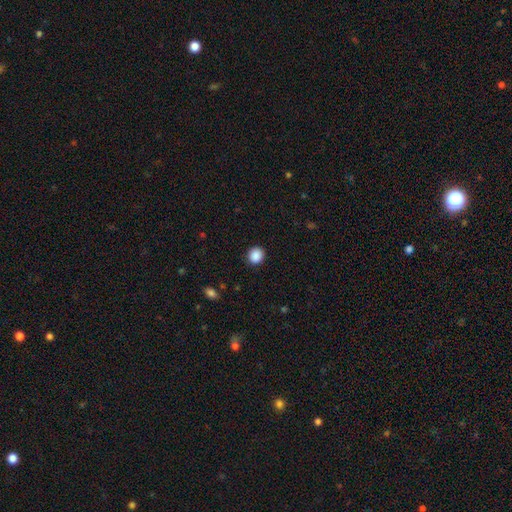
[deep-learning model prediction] Smooth or featured? smooth (89%)
How rounded? round (84%)
Merging? none (90%)